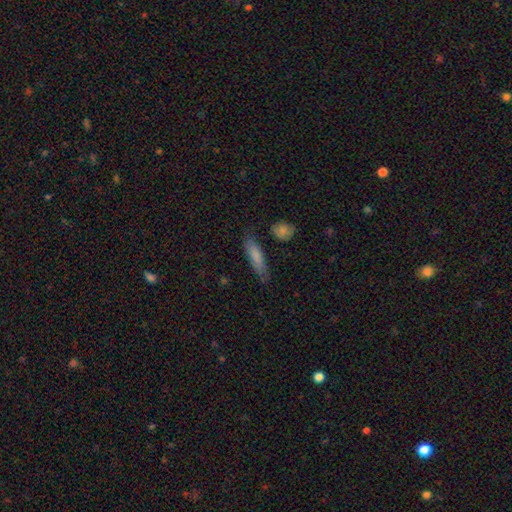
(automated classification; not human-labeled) Smooth or featured: smooth — 79% (featured or disk — 15%)
How rounded: cigar-shaped — 69% (in between — 29%)
Merging: none — 75% (minor disturbance — 18%)